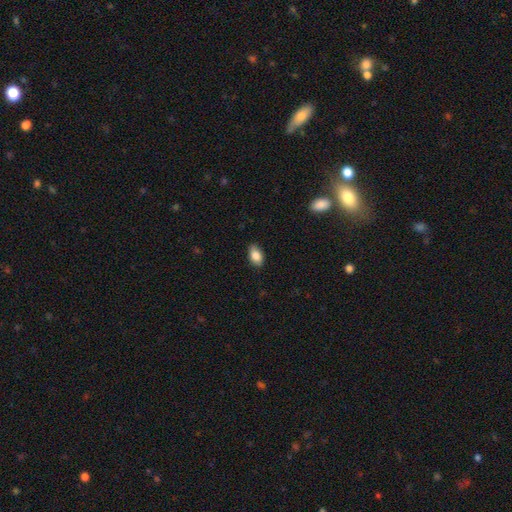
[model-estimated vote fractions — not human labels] Q: Smooth or featured?
A: smooth (85%); runner-up: featured or disk (7%)
Q: How rounded?
A: in between (91%); runner-up: round (7%)
Q: Merging?
A: none (86%); runner-up: minor disturbance (11%)